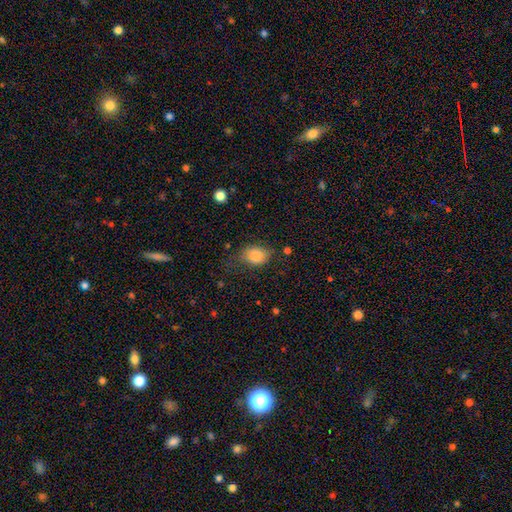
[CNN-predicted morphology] Smooth or featured? Predicted: smooth (p=0.82). How rounded? Predicted: in between (p=0.64). Merging? Predicted: none (p=0.49).